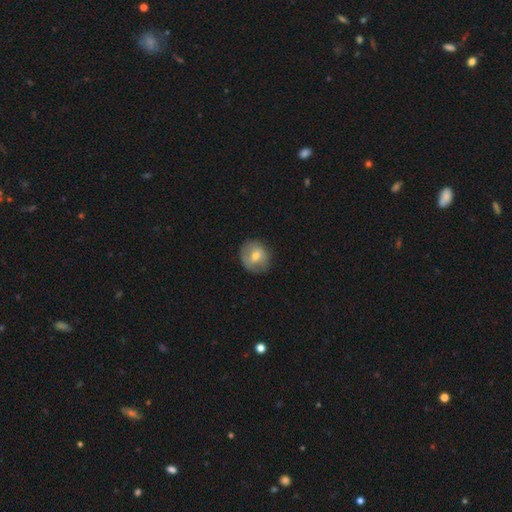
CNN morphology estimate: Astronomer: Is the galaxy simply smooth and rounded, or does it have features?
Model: smooth — 54% (runner-up: featured or disk, 39%).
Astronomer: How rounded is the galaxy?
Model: round — 74%.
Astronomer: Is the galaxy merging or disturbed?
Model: none — 77%.